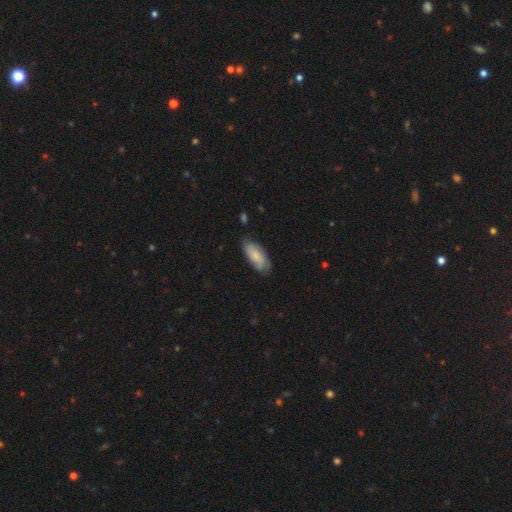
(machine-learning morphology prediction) The model was most divided on "smooth or featured": smooth: 67%, featured or disk: 27%, star or artifact: 6%. More confident: how rounded — in between (83%); merging — none (70%).